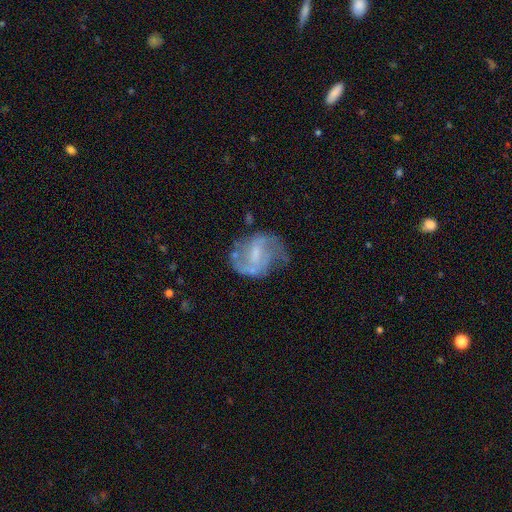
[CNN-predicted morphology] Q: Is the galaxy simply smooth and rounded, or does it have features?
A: featured or disk — 75%.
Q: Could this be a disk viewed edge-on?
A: no — 97%.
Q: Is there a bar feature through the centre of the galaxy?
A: weak — 54%.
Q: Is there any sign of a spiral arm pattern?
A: yes — 83%.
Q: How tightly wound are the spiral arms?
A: medium — 47%.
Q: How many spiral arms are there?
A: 2 — 75%.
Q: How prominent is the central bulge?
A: small — 38%.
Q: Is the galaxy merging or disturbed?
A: none — 56%.